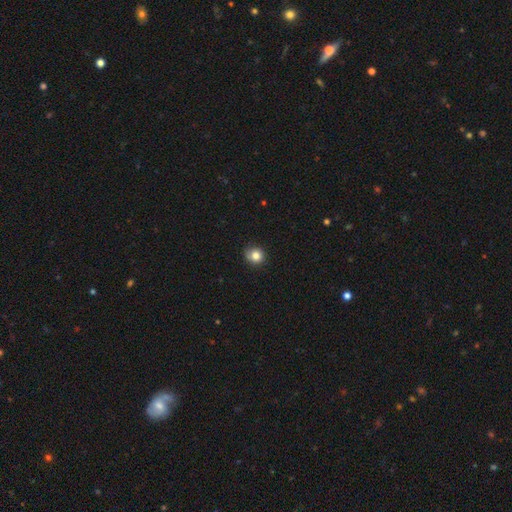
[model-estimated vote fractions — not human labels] Morphology: type=smooth (82%); roundness=round (84%); merging=none (79%).